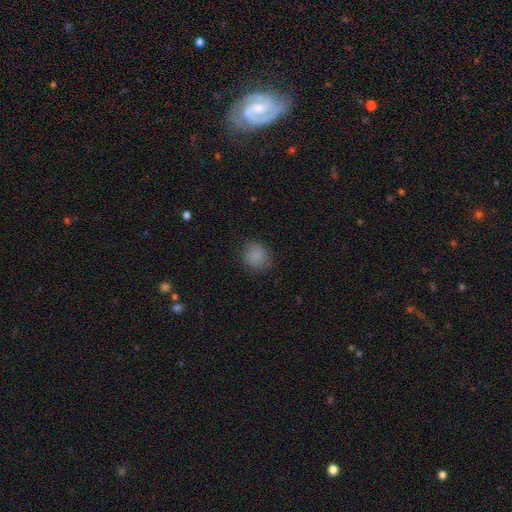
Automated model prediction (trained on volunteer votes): Smooth or featured? Predicted: smooth (p=0.86). How rounded? Predicted: round (p=0.83). Merging? Predicted: none (p=0.84).